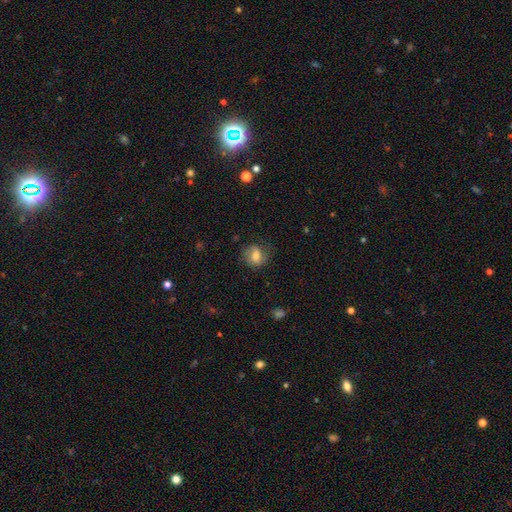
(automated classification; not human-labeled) Smooth or featured? Predicted: smooth (p=0.56). How rounded? Predicted: round (p=0.53). Merging? Predicted: none (p=0.66).